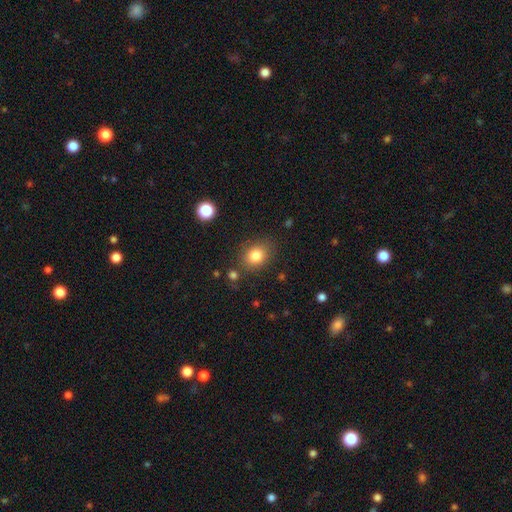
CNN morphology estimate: Smooth or featured: smooth — 82% (star or artifact — 11%)
How rounded: round — 51% (in between — 48%)
Merging: none — 79% (minor disturbance — 13%)